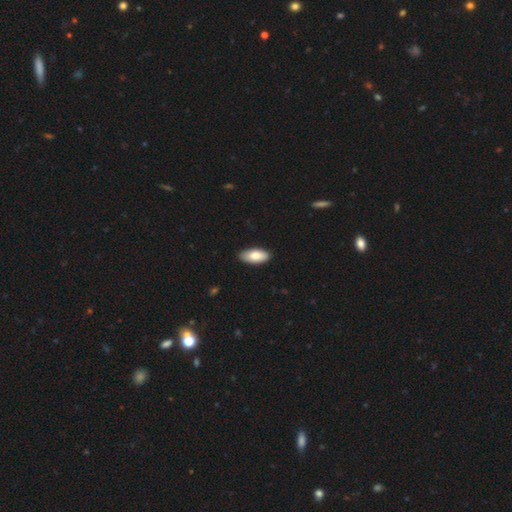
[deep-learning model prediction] This is clearly a smooth galaxy (82%). How rounded: clearly in between (90%). Merging: clearly none (88%).